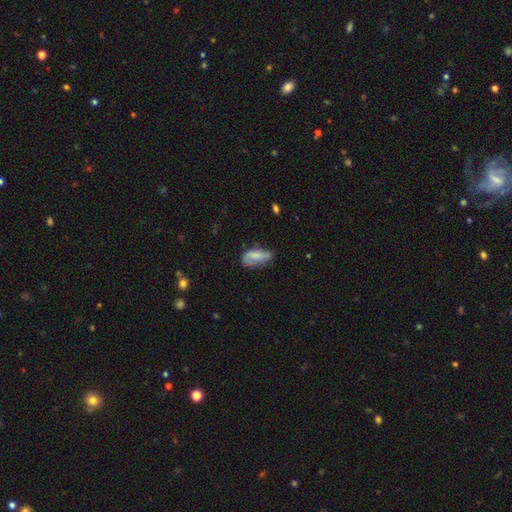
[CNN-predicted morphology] Smooth or featured: smooth — 66% (featured or disk — 26%)
How rounded: in between — 82% (cigar-shaped — 15%)
Merging: none — 47% (minor disturbance — 35%)